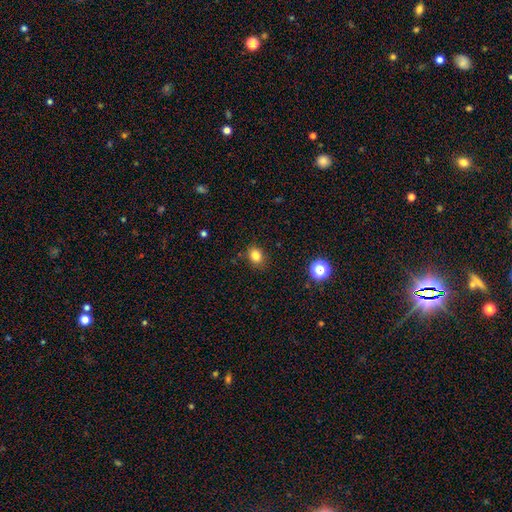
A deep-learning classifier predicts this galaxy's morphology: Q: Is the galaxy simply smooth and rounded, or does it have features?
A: smooth — 81%.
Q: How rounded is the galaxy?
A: round — 56%.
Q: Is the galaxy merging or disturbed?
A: none — 85%.